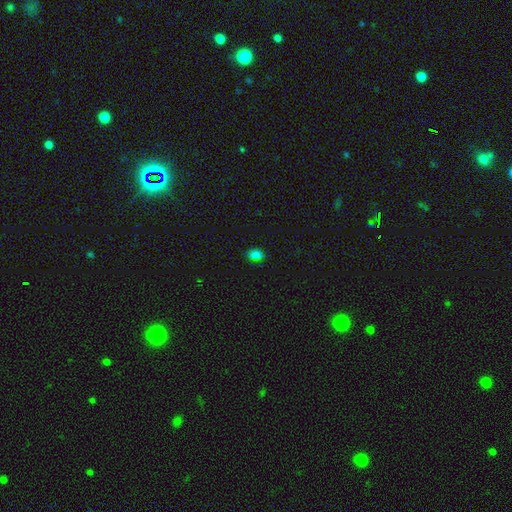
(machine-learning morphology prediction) type=smooth (73%); roundness=in between (78%); merging=none (78%).